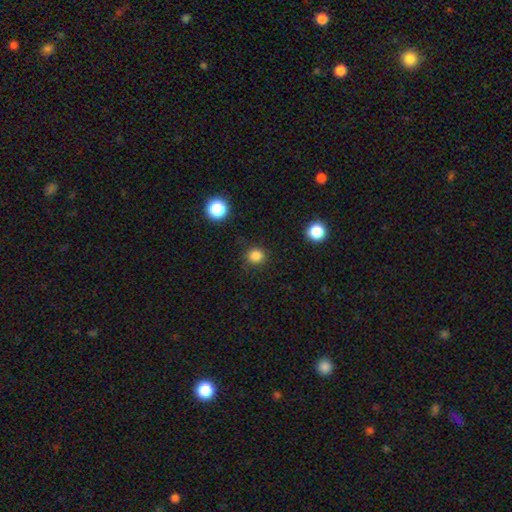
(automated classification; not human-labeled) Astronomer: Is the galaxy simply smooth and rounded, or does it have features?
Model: smooth — 84%.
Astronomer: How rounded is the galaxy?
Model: round — 89%.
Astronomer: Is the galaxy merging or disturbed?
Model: none — 87%.